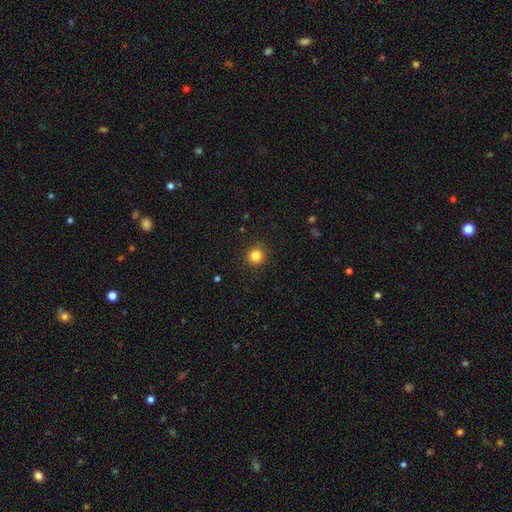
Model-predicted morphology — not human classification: Smooth or featured? Predicted: smooth (p=0.84). How rounded? Predicted: round (p=0.94). Merging? Predicted: none (p=0.92).